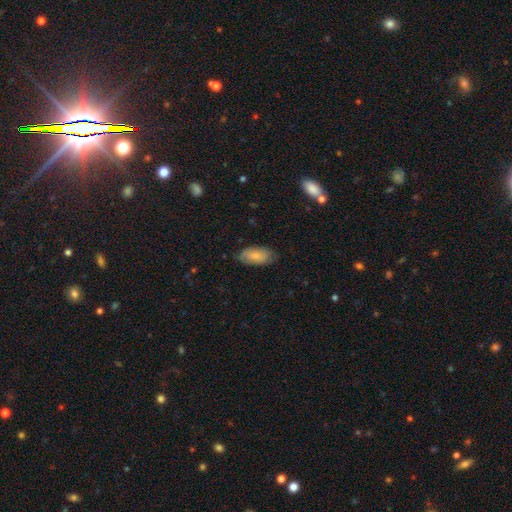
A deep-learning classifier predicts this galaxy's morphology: Q: Smooth or featured?
A: smooth (79%); runner-up: featured or disk (15%)
Q: How rounded?
A: in between (93%); runner-up: cigar-shaped (4%)
Q: Merging?
A: none (72%); runner-up: minor disturbance (22%)